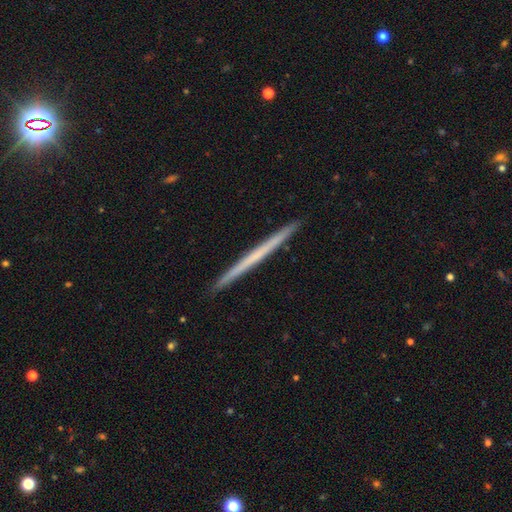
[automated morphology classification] type=featured or disk (52%); edge-on=yes (98%); edge-on bulge=none (92%); merging=none (93%).